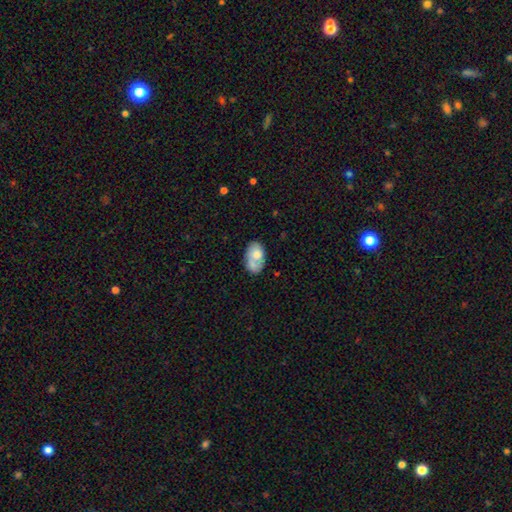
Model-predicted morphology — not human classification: Q: Smooth or featured?
A: smooth (65%); runner-up: featured or disk (28%)
Q: How rounded?
A: in between (89%); runner-up: round (10%)
Q: Merging?
A: none (37%); runner-up: merger (35%)